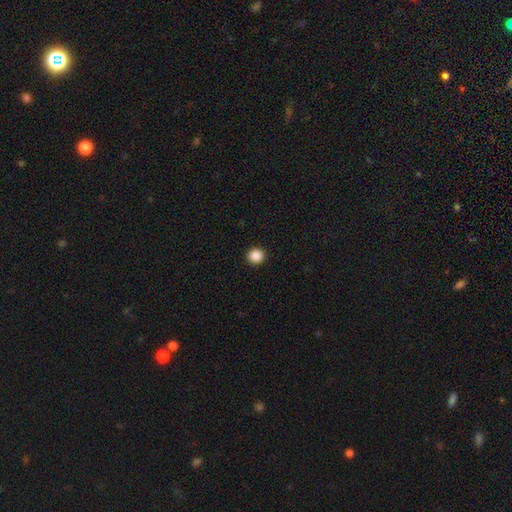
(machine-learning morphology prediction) A smooth galaxy with no disk features (88%) that is round (91%).

Vote fractions:
- Smooth or featured? smooth: 88% / star or artifact: 9% / featured or disk: 2%
- How rounded? round: 91% / in between: 8% / cigar-shaped: 1%
- Merging? none: 93% / minor disturbance: 4% / major disturbance: 2% / merger: 1%